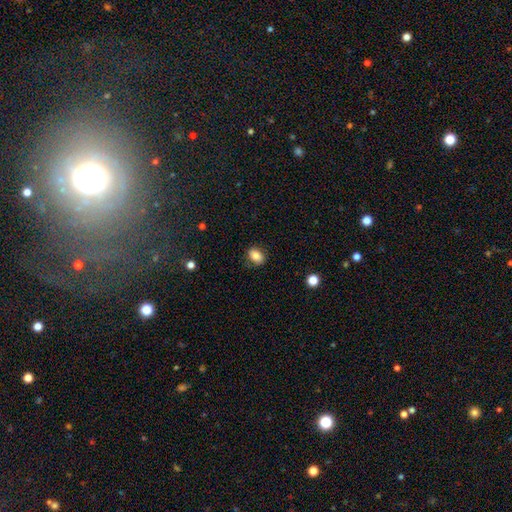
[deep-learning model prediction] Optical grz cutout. It shows a smooth galaxy with no disk features (84%) that is in between round and cigar-shaped (71%). Merging: none (83%).